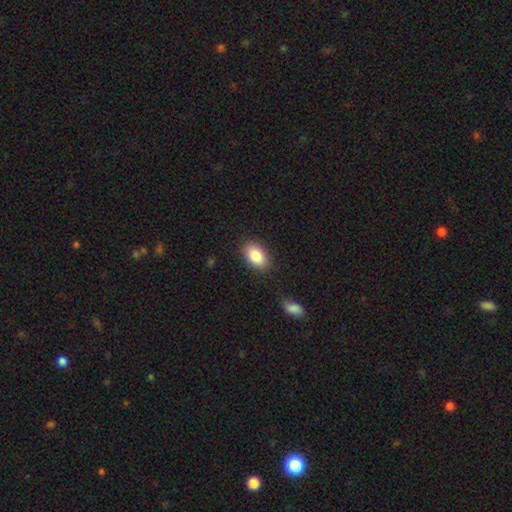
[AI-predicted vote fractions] Smooth or featured? smooth (86%)
How rounded? in between (88%)
Merging? none (85%)